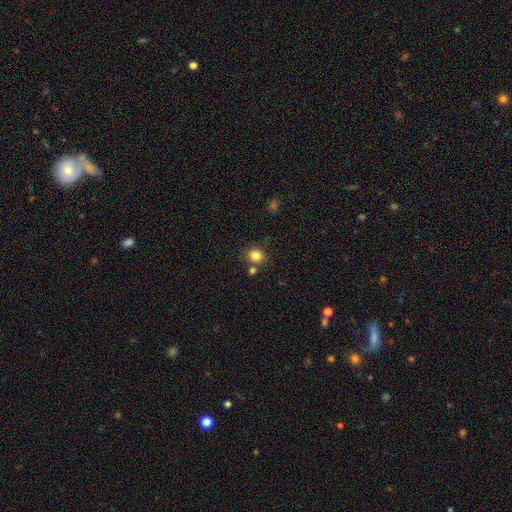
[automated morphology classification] smooth_or_featured: smooth (p=0.84) [alt: star or artifact p=0.11]
how_rounded: round (p=0.81) [alt: in between p=0.18]
merging: none (p=0.75) [alt: merger p=0.12]